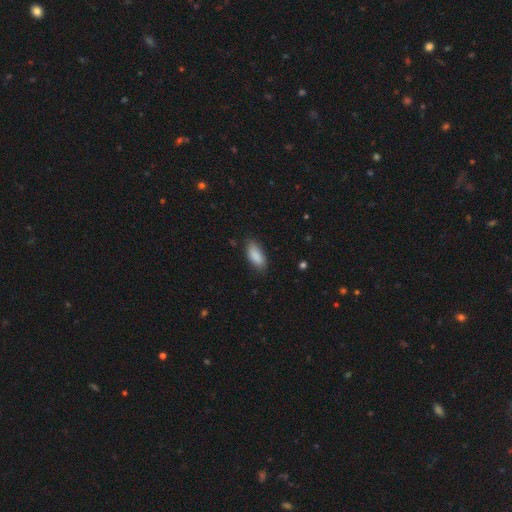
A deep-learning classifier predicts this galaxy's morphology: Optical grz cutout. It shows a smooth galaxy with no disk features (89%) that is in between round and cigar-shaped (85%). Merging: none (82%).